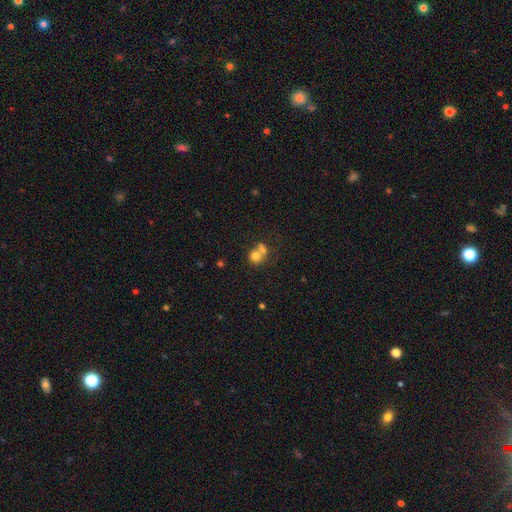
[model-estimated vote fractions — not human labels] smooth 71%, featured or disk 17%, star or artifact 12%. Down the decision tree: how rounded — round (80%); merging — merger (57%).